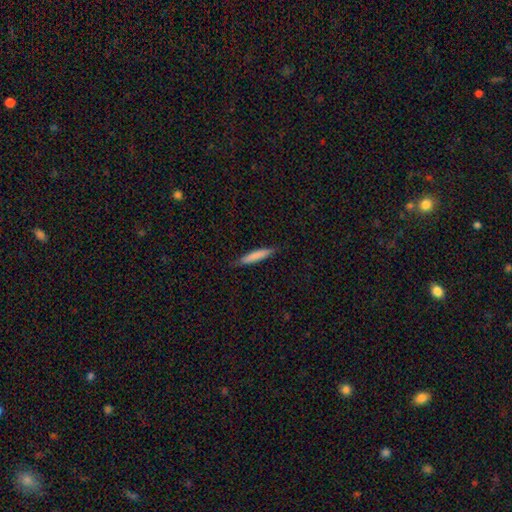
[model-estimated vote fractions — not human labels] Q: Smooth or featured?
A: smooth (77%); runner-up: featured or disk (17%)
Q: How rounded?
A: cigar-shaped (89%); runner-up: in between (10%)
Q: Merging?
A: none (85%); runner-up: minor disturbance (12%)